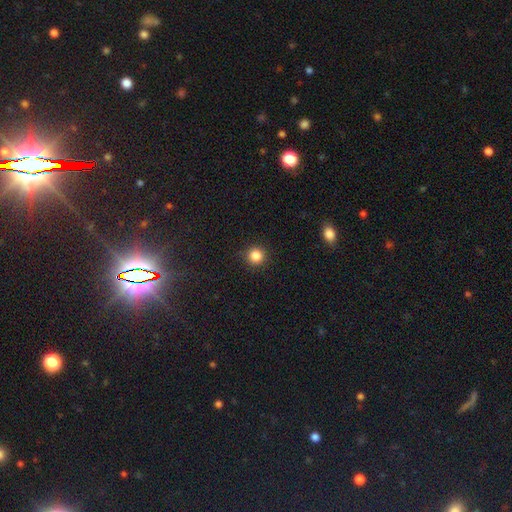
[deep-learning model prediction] Morphology: type=smooth (85%); roundness=round (95%); merging=none (92%).